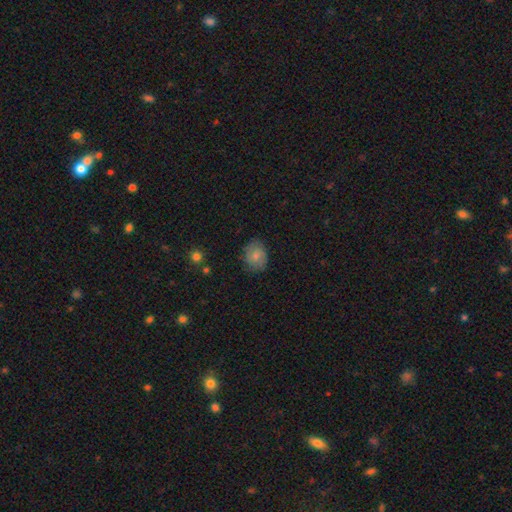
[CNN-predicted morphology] The model was most divided on "how rounded": round: 52%, in between: 47%, cigar-shaped: 1%. More confident: merging — none (75%); smooth or featured — smooth (70%).